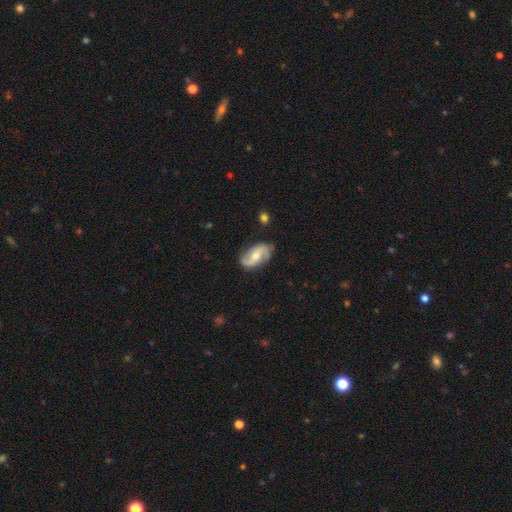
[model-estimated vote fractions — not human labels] A featured or disk galaxy (77%) with no bar (43%), 2 (90%) loose (58%) spiral arms (93%) and a moderate central bulge (62%).

Vote fractions:
- Smooth or featured? featured or disk: 77% / smooth: 18% / star or artifact: 6%
- Edge-on disk? no: 96% / yes: 4%
- Bar? no: 43% / weak: 42% / strong: 15%
- Spiral arms? yes: 93% / no: 7%
- Spiral winding? loose: 58% / medium: 31% / tight: 11%
- Spiral arm count? 2: 90% / can't tell: 4% / 1: 2% / 3: 1% / 4: 1% / more than 4: 1%
- Bulge size? moderate: 62% / small: 31% / large: 4% / none: 2% / dominant: 1%
- Merging? none: 76% / minor disturbance: 17% / major disturbance: 5% / merger: 2%